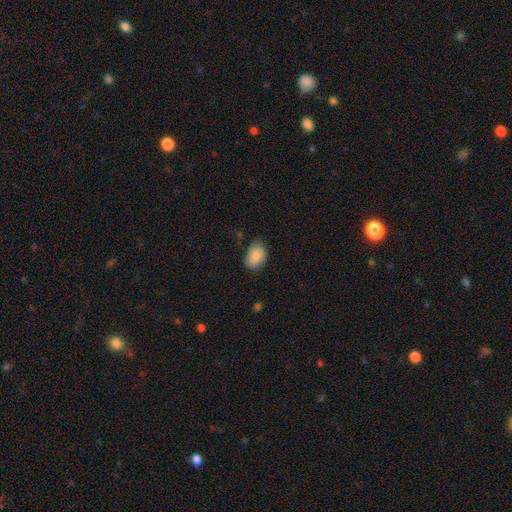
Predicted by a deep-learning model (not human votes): Overall: smooth (82%). How rounded: in between (79%). Merging: none (70%).